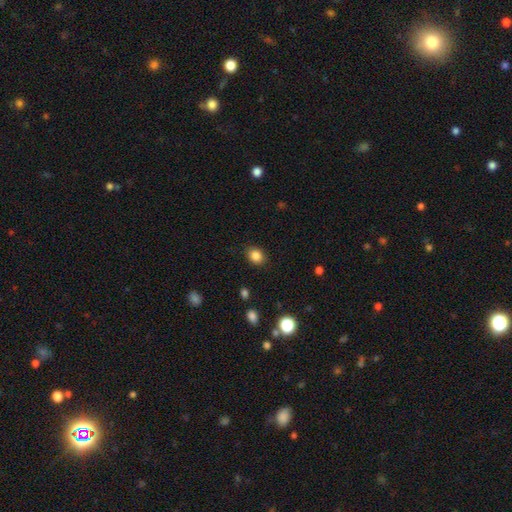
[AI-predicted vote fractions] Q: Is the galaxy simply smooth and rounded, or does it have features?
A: smooth — 85%.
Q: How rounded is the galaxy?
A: round — 50%, tied with in between.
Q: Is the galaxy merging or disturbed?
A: none — 87%.